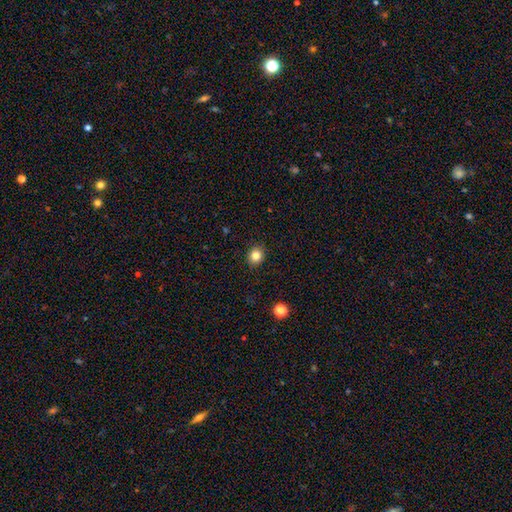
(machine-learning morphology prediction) Smooth or featured: smooth — 83% (star or artifact — 12%)
How rounded: round — 76% (in between — 23%)
Merging: none — 91% (minor disturbance — 6%)